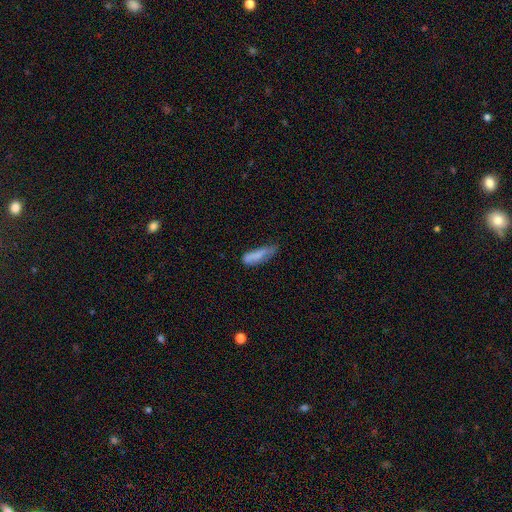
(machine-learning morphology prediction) This is likely a smooth galaxy (76%). How rounded: possibly cigar-shaped (58%). Merging: marginally none (41%).